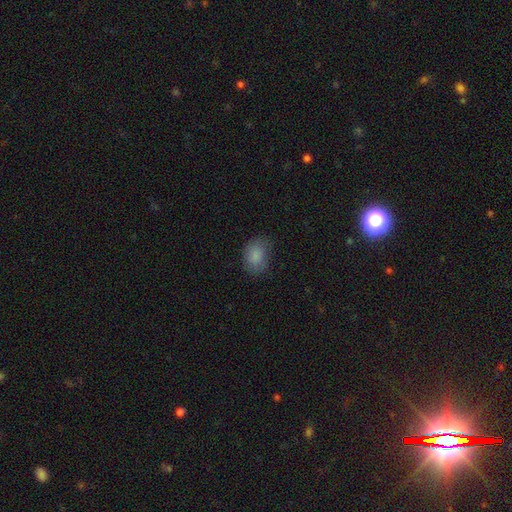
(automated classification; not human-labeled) smooth 85%, star or artifact 9%, featured or disk 6%. Down the decision tree: how rounded — in between (73%); merging — none (70%).